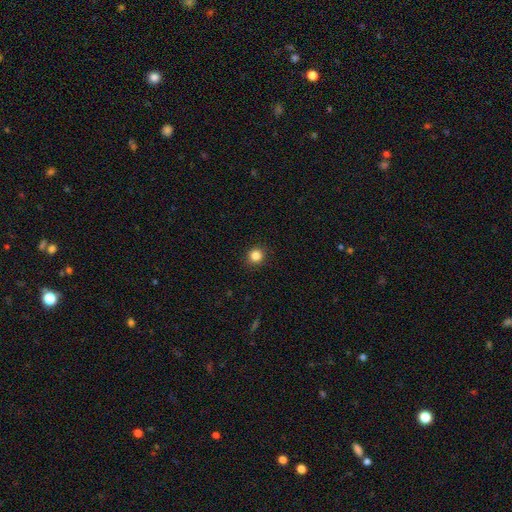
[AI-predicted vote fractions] Q: Smooth or featured?
A: smooth (84%); runner-up: star or artifact (12%)
Q: How rounded?
A: round (90%); runner-up: in between (9%)
Q: Merging?
A: none (91%); runner-up: minor disturbance (6%)